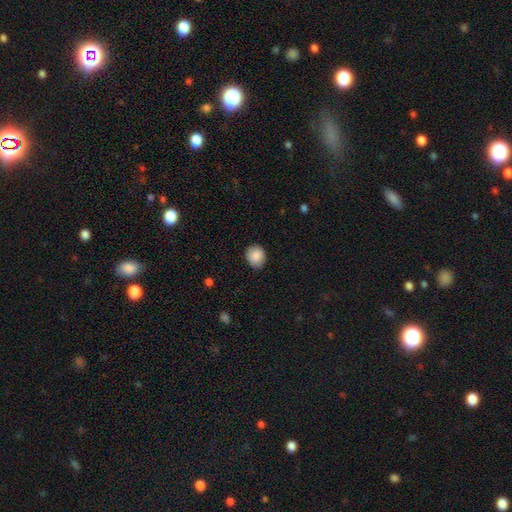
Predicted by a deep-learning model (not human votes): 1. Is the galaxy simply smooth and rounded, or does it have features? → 88% smooth, 8% star or artifact, 5% featured or disk.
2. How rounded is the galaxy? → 69% round, 30% in between, 1% cigar-shaped.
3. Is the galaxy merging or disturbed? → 85% none, 12% minor disturbance, 2% major disturbance, 1% merger.